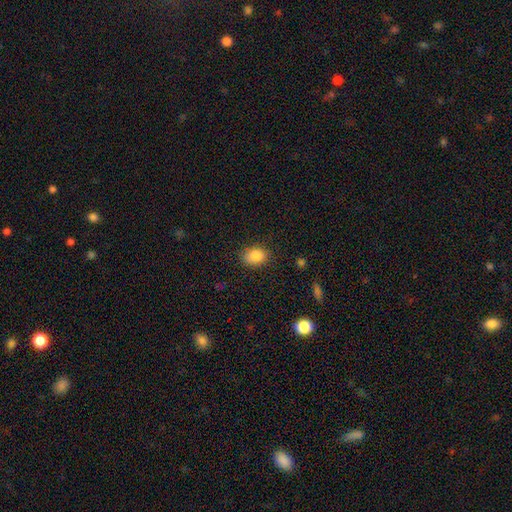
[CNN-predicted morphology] smooth-or-featured: smooth: 87% | star or artifact: 9% | featured or disk: 5%
  how-rounded: in between: 74% | round: 25% | cigar-shaped: 1%
  merging: none: 81% | minor disturbance: 14% | major disturbance: 4% | merger: 1%